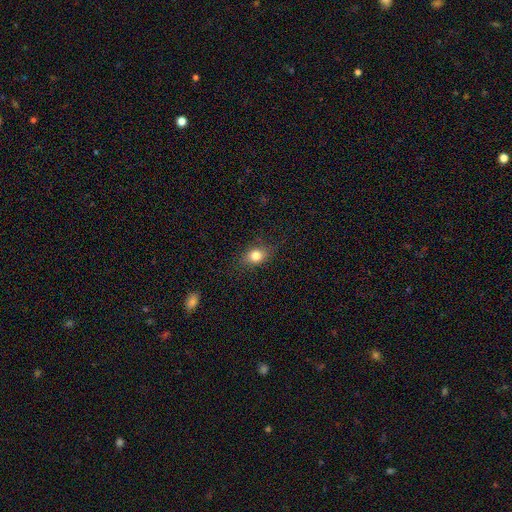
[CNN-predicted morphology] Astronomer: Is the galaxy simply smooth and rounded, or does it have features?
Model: smooth — 80%.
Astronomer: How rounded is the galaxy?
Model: in between — 60% (runner-up: round, 38%).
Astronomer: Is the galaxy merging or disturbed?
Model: none — 80%.